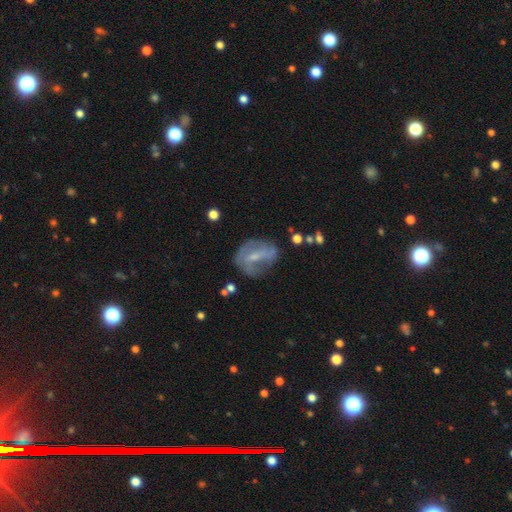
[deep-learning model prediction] featured or disk 59%, smooth 31%, star or artifact 10%. Down the decision tree: edge-on disk — no (94%); bar — weak (44%); spiral arms — yes (50%, tied with no); bulge size — small (58%); merging — none (48%).